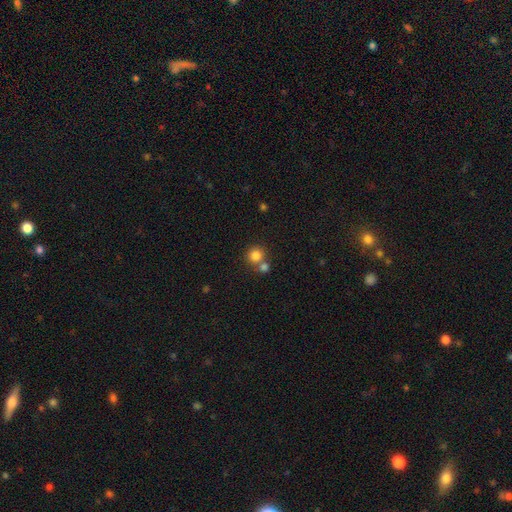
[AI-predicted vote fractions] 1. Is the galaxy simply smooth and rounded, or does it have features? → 82% smooth, 11% star or artifact, 7% featured or disk.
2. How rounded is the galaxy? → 91% round, 8% in between, 1% cigar-shaped.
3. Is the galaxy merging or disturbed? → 59% none, 32% merger, 7% minor disturbance, 3% major disturbance.